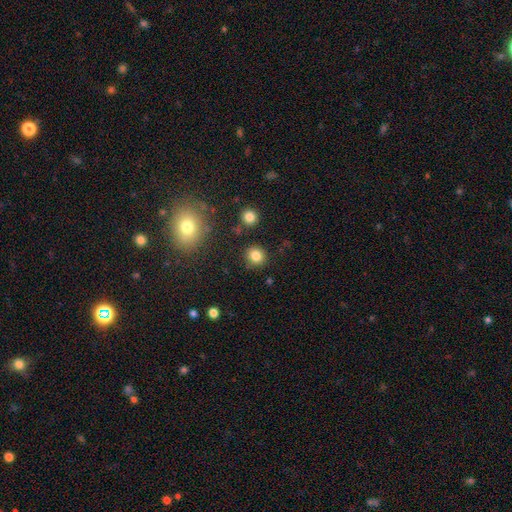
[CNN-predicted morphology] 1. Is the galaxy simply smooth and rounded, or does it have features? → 83% smooth, 12% star or artifact, 5% featured or disk.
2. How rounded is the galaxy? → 87% round, 12% in between, 1% cigar-shaped.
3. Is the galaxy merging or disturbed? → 87% none, 8% minor disturbance, 3% merger, 3% major disturbance.